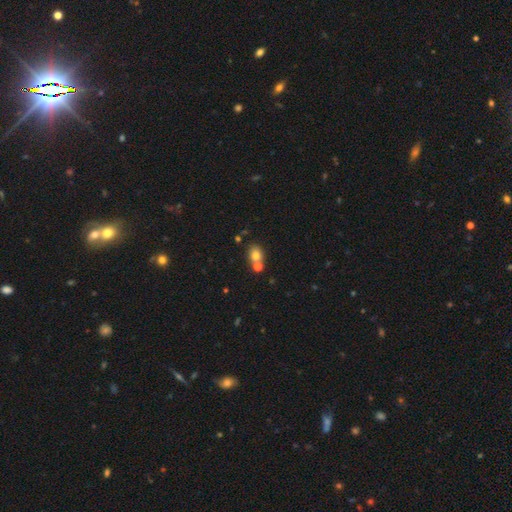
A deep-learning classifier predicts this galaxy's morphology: Smooth or featured: smooth — 77% (star or artifact — 13%)
How rounded: round — 55% (in between — 44%)
Merging: none — 59% (merger — 28%)